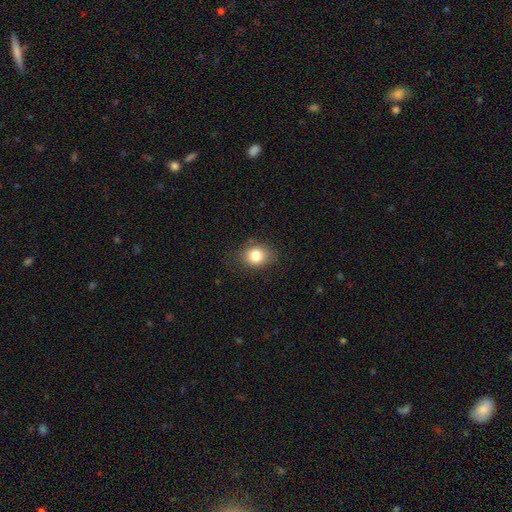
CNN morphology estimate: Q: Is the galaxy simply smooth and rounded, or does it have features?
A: smooth — 82%.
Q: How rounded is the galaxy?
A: round — 58%.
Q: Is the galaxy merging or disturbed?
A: none — 78%.